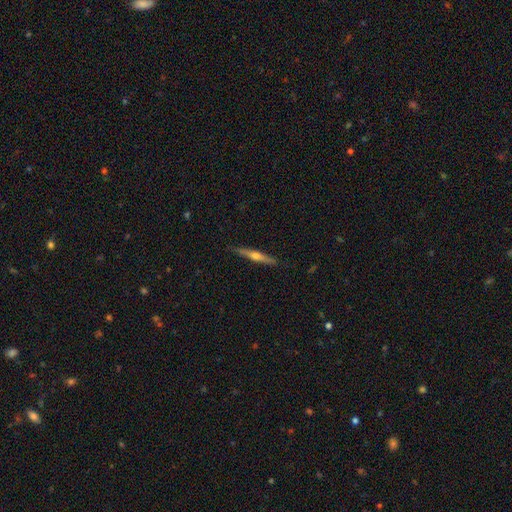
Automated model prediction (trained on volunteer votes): featured or disk 68%, smooth 26%, star or artifact 6%. Down the decision tree: edge-on disk — yes (98%); edge-on bulge — rounded (90%); merging — none (88%).